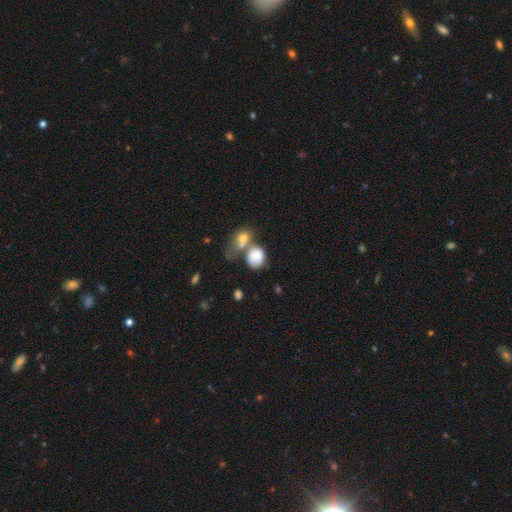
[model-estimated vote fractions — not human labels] Smooth or featured? smooth (79%)
How rounded? round (61%)
Merging? merger (50%)